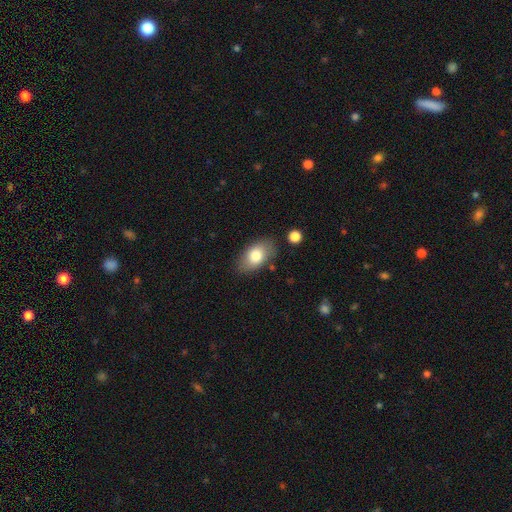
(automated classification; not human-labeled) A smooth galaxy with no disk features (79%) that is in between round and cigar-shaped (90%).

Vote fractions:
- Smooth or featured? smooth: 79% / featured or disk: 14% / star or artifact: 7%
- How rounded? in between: 90% / round: 8% / cigar-shaped: 2%
- Merging? none: 78% / minor disturbance: 15% / major disturbance: 4% / merger: 3%